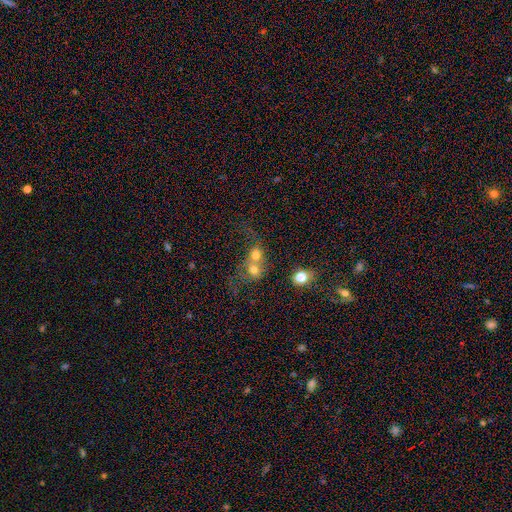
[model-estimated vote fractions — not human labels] Q: Smooth or featured?
A: smooth (65%); runner-up: featured or disk (20%)
Q: How rounded?
A: round (75%); runner-up: in between (24%)
Q: Merging?
A: merger (71%); runner-up: none (17%)